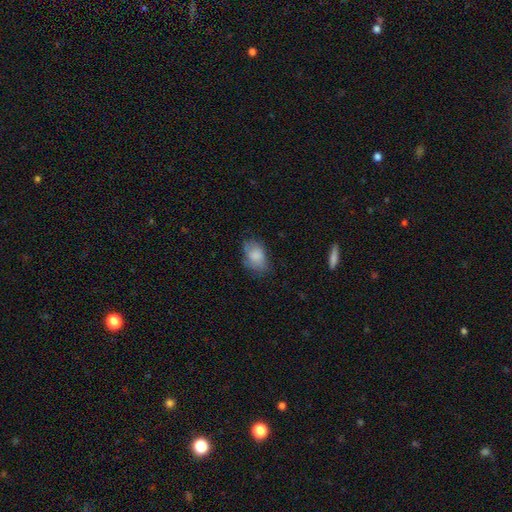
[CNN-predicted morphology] smooth 80%, featured or disk 12%, star or artifact 8%. Down the decision tree: how rounded — in between (84%); merging — none (58%).